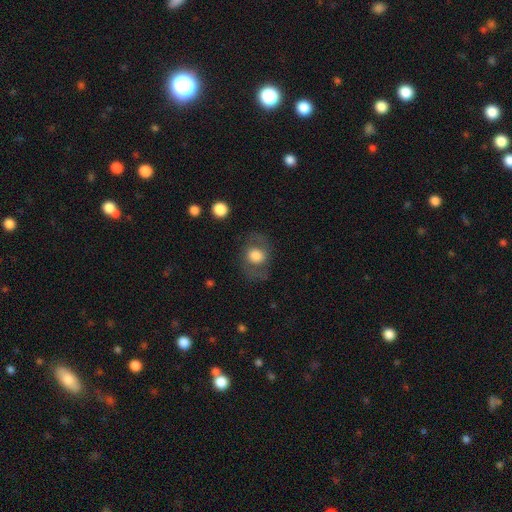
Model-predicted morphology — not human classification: smooth 60%, featured or disk 32%, star or artifact 8%. Down the decision tree: how rounded — round (59%); merging — none (72%).